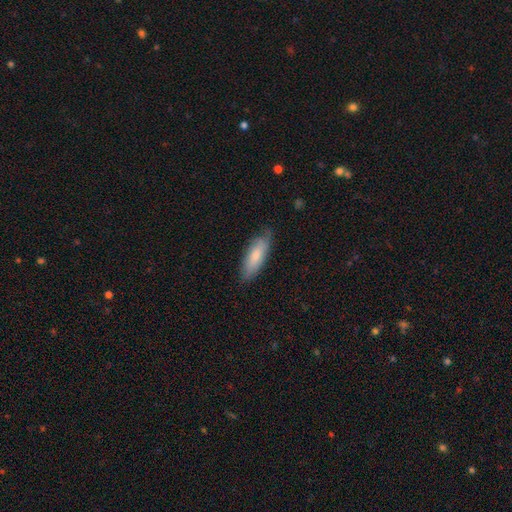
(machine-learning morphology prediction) A smooth galaxy with no disk features (76%) that is in between round and cigar-shaped (62%).

Vote fractions:
- Smooth or featured? smooth: 76% / featured or disk: 18% / star or artifact: 6%
- How rounded? in between: 62% / cigar-shaped: 36% / round: 2%
- Merging? none: 75% / minor disturbance: 21% / major disturbance: 4% / merger: 1%